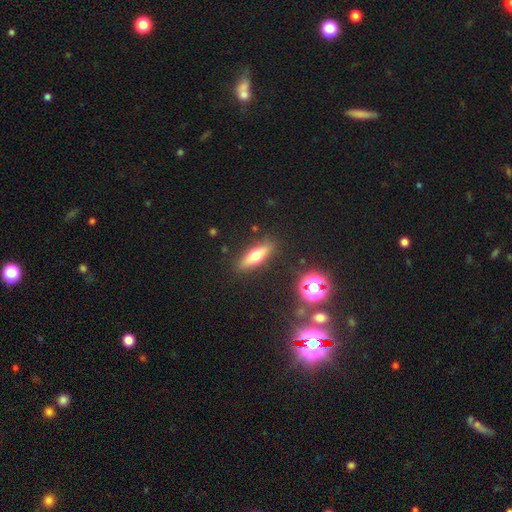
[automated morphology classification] smooth_or_featured: smooth (p=0.55) [alt: featured or disk p=0.36]
how_rounded: cigar-shaped (p=0.54) [alt: in between p=0.42]
merging: none (p=0.86) [alt: minor disturbance p=0.09]